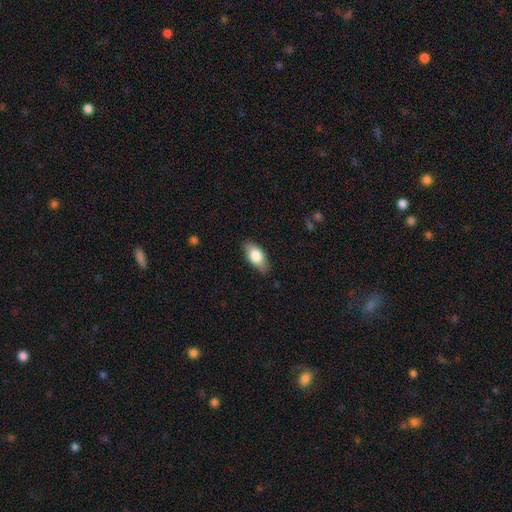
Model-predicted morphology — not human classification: Smooth or featured? smooth (79%)
How rounded? in between (90%)
Merging? none (81%)